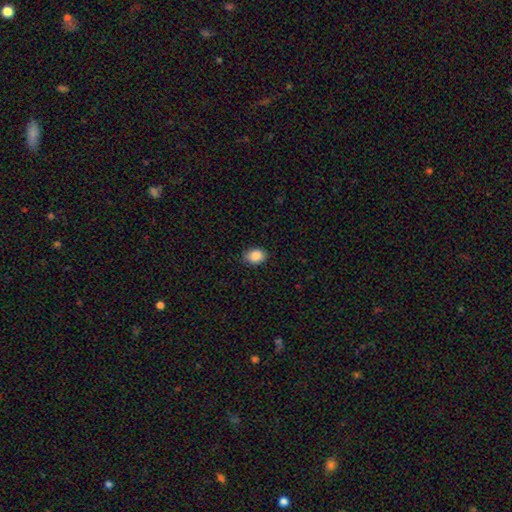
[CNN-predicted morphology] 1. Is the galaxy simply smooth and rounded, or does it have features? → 88% smooth, 8% star or artifact, 4% featured or disk.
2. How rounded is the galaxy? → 65% in between, 34% round, 1% cigar-shaped.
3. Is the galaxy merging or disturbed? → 83% none, 14% minor disturbance, 2% major disturbance, 1% merger.